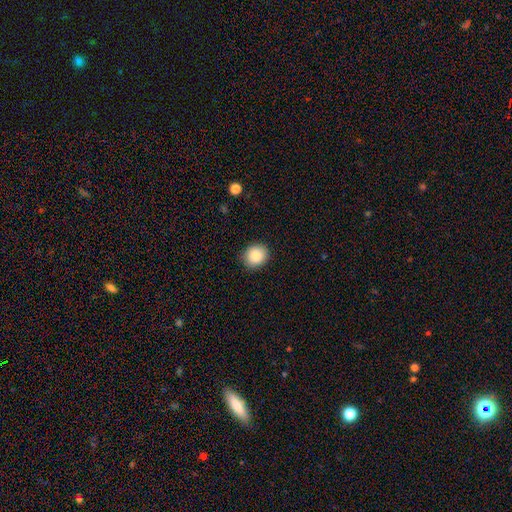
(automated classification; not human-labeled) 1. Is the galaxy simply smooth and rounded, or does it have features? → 87% smooth, 8% star or artifact, 4% featured or disk.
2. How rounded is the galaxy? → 79% round, 20% in between, 1% cigar-shaped.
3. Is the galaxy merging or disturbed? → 88% none, 9% minor disturbance, 2% major disturbance, 1% merger.